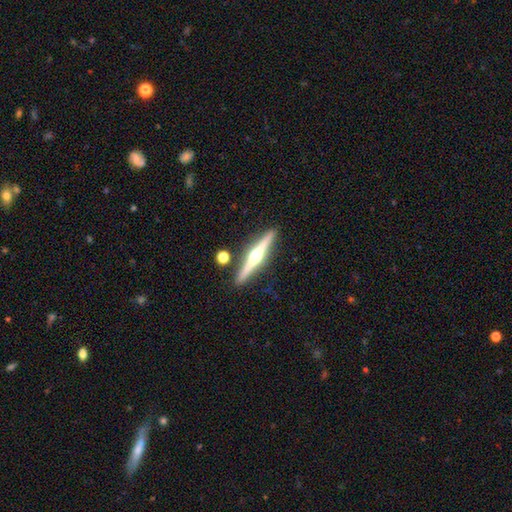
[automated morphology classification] Smooth or featured?
  - featured or disk: 80% *
  - smooth: 15%
  - star or artifact: 5%
Edge-on disk?
  - yes: 98% *
  - no: 2%
Edge-on bulge?
  - rounded: 95% *
  - boxy: 3%
  - none: 2%
Merging?
  - none: 89% *
  - minor disturbance: 6%
  - merger: 3%
  - major disturbance: 2%